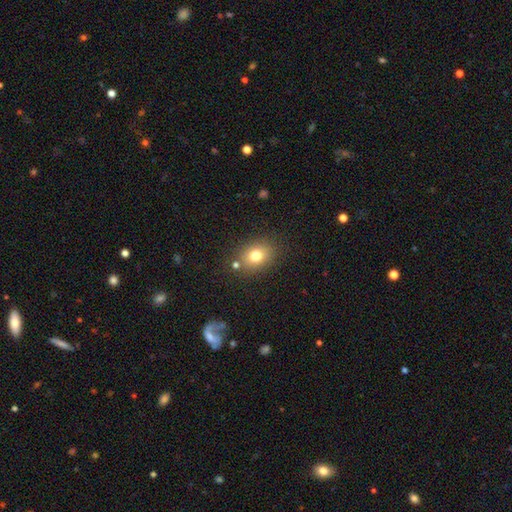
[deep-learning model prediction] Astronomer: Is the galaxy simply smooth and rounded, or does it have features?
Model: smooth — 76%.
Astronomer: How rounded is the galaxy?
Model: in between — 54% (runner-up: round, 45%).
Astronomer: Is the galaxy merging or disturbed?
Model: none — 80%.